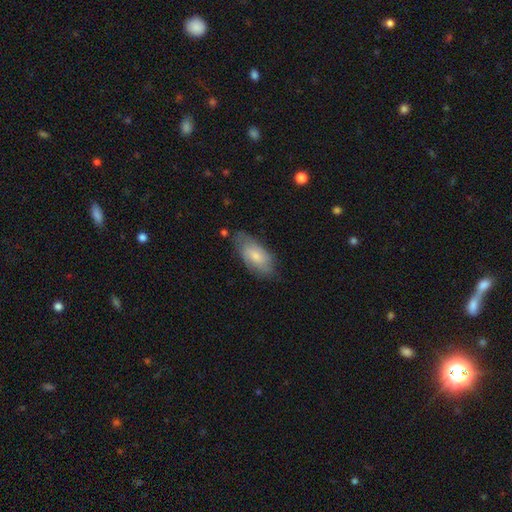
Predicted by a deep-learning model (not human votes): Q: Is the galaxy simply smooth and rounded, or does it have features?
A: smooth — 56%.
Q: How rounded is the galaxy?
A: in between — 90%.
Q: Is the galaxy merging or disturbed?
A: none — 64%.